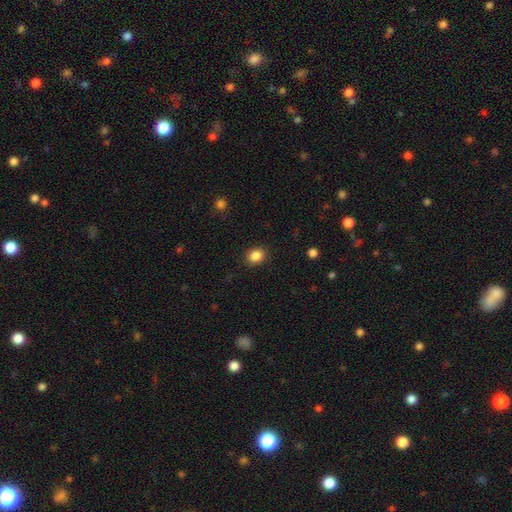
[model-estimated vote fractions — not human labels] Smooth or featured: smooth — 87% (star or artifact — 10%)
How rounded: round — 54% (in between — 45%)
Merging: none — 88% (minor disturbance — 8%)